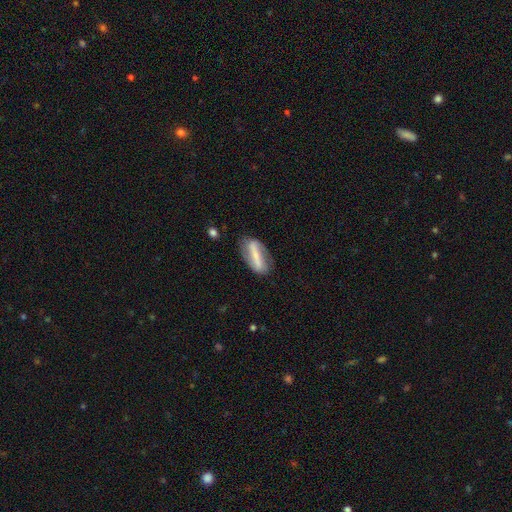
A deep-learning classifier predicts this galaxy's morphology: Smooth or featured: featured or disk — 61% (smooth — 32%)
Edge-on disk: no — 84% (yes — 16%)
Bar: strong — 79% (weak — 13%)
Spiral arms: yes — 61% (no — 39%)
Bulge size: small — 42% (none — 33%)
Merging: none — 74% (minor disturbance — 17%)